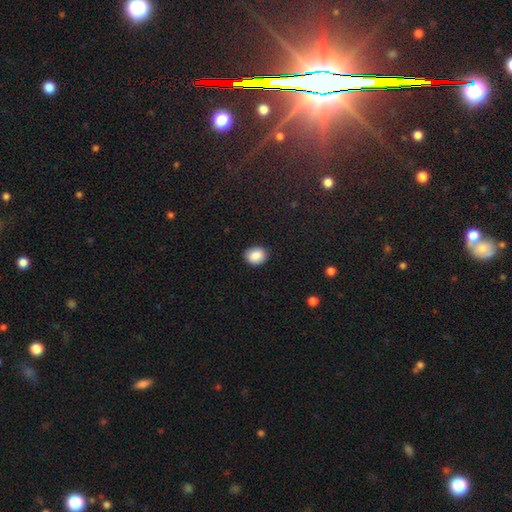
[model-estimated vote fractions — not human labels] Morphology: type=smooth (88%); roundness=round (57%); merging=none (88%).